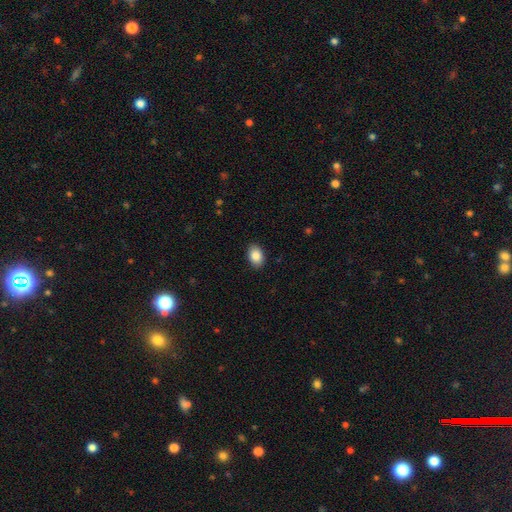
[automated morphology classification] A smooth galaxy with no disk features (87%) that is in between round and cigar-shaped (82%).

Vote fractions:
- Smooth or featured? smooth: 87% / star or artifact: 8% / featured or disk: 6%
- How rounded? in between: 82% / round: 17% / cigar-shaped: 1%
- Merging? none: 89% / minor disturbance: 8% / major disturbance: 2% / merger: 1%